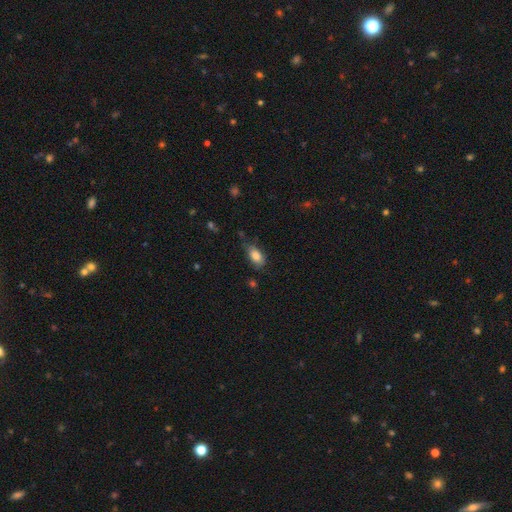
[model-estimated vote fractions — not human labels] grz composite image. It shows a smooth galaxy with no disk features (82%) that is in between round and cigar-shaped (90%). Merging: none (60%).